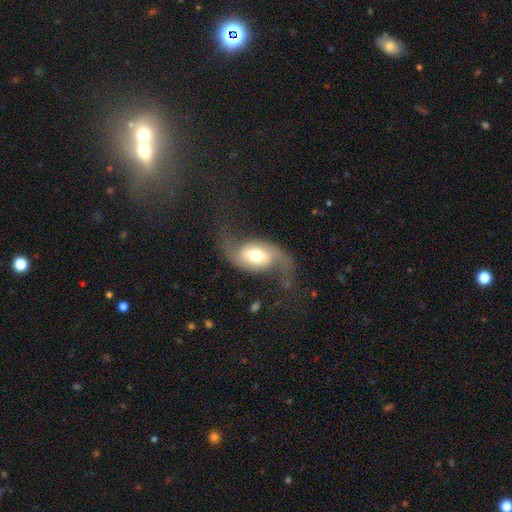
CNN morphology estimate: The model was most divided on "bar": weak: 42%, no: 32%, strong: 26%. More confident: edge-on disk — no (96%); spiral arms — yes (94%); spiral arm count — 2 (92%); smooth or featured — featured or disk (81%); spiral winding — loose (80%); bulge size — moderate (62%); merging — none (61%).